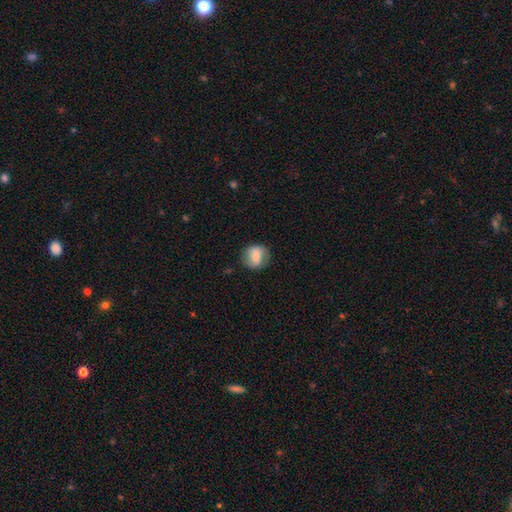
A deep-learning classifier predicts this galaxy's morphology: Overall: smooth (61%; featured or disk 32%). How rounded: round (77%). Merging: none (80%).